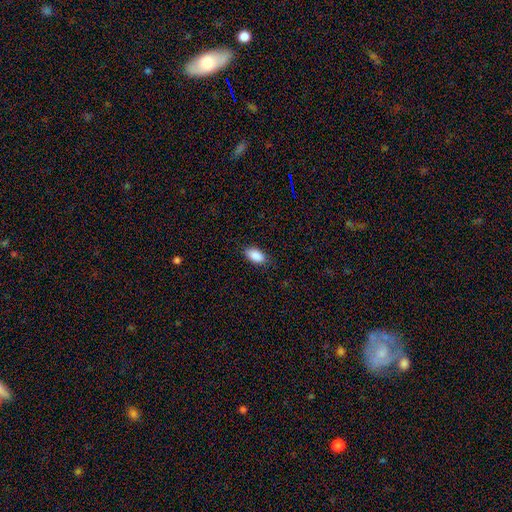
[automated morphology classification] Smooth or featured: smooth — 89% (star or artifact — 7%)
How rounded: in between — 93% (cigar-shaped — 4%)
Merging: none — 84% (minor disturbance — 12%)